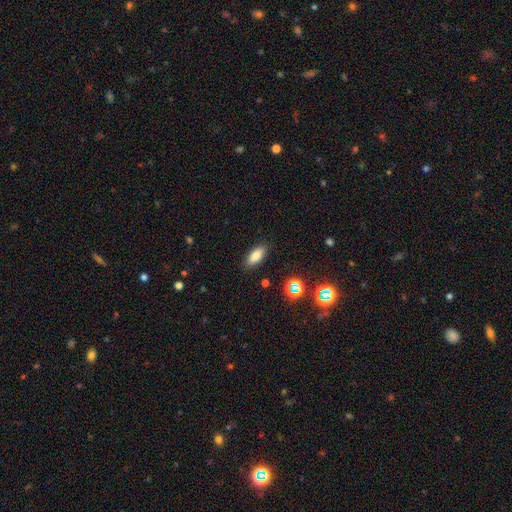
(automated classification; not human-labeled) smooth-or-featured: smooth: 80% | star or artifact: 11% | featured or disk: 9%
  how-rounded: in between: 79% | cigar-shaped: 17% | round: 3%
  merging: none: 87% | minor disturbance: 9% | major disturbance: 2% | merger: 1%